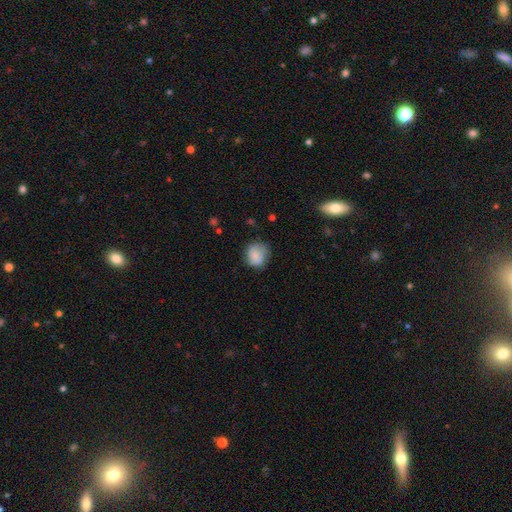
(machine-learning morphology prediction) This appears to be a smooth galaxy with no disk features (79%) that is round (77%). Merging: none (66%).